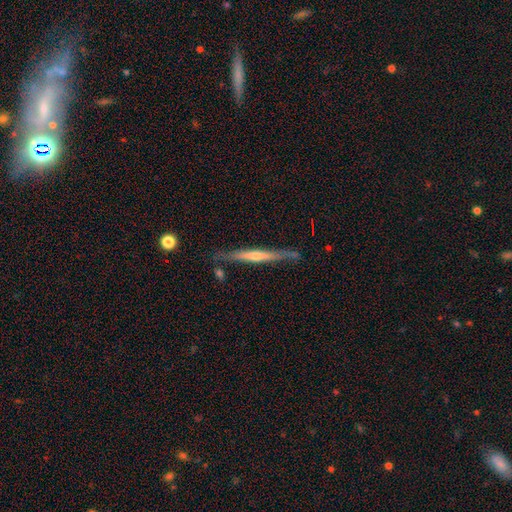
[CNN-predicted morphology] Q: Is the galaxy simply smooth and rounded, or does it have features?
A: featured or disk — 72%.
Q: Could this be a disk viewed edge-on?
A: yes — 97%.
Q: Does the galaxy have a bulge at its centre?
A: rounded — 57%.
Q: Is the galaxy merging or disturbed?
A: none — 82%.